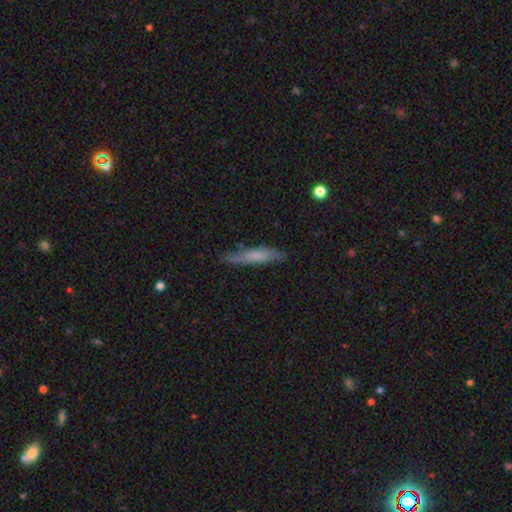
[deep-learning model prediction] This appears to be a smooth galaxy with no disk features (61%) that is cigar-shaped (88%). Merging: none (76%).